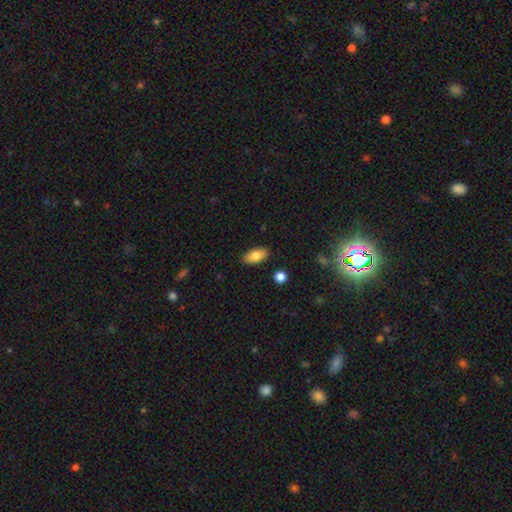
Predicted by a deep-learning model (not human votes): Smooth or featured? Predicted: smooth (p=0.82). How rounded? Predicted: in between (p=0.90). Merging? Predicted: none (p=0.87).